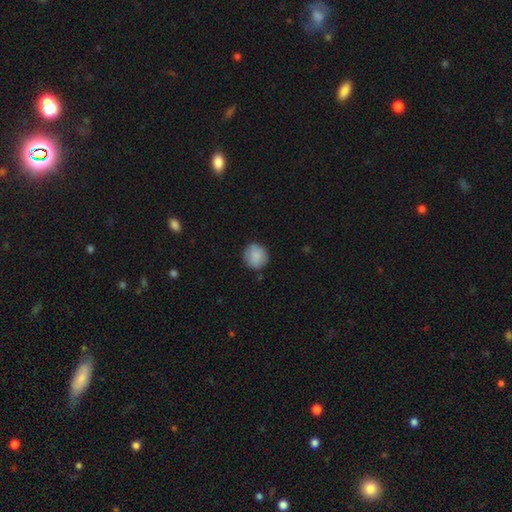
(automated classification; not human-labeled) Smooth or featured? Predicted: smooth (p=0.86). How rounded? Predicted: round (p=0.87). Merging? Predicted: none (p=0.83).